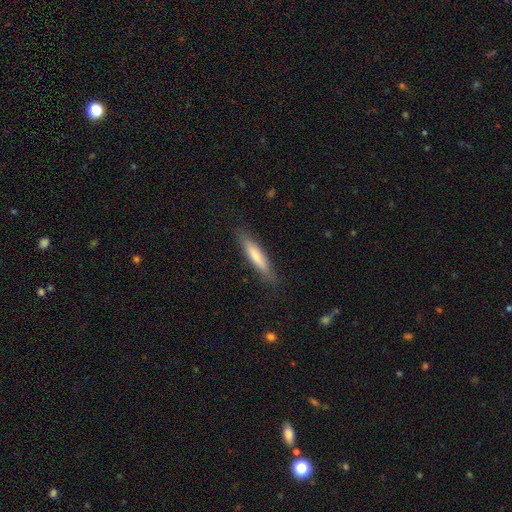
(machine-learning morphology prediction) The model was most divided on "smooth or featured": smooth: 65%, featured or disk: 29%, star or artifact: 6%. More confident: how rounded — cigar-shaped (86%); merging — none (86%).